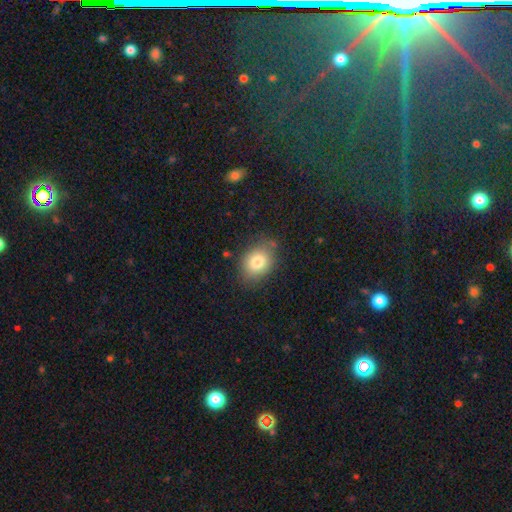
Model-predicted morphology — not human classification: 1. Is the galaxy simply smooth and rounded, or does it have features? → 79% smooth, 11% star or artifact, 10% featured or disk.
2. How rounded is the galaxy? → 61% in between, 38% round, 1% cigar-shaped.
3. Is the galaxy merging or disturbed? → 81% none, 14% minor disturbance, 3% major disturbance, 2% merger.